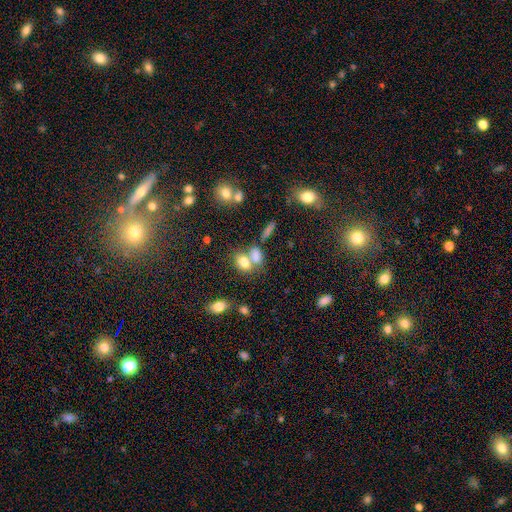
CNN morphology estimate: This is likely a smooth galaxy (75%). How rounded: likely in between (74%). Merging: marginally merger (45%).